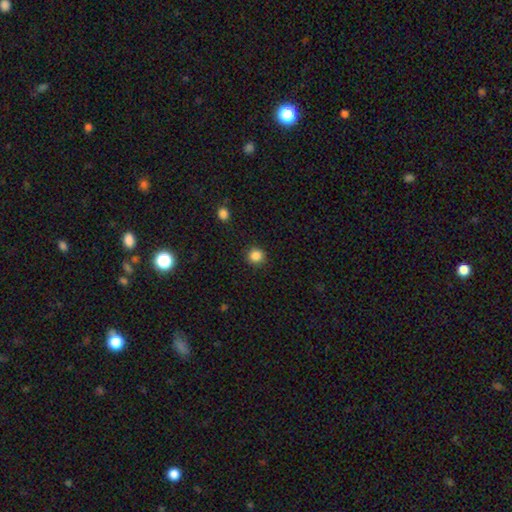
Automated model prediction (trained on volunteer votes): smooth_or_featured: smooth (p=0.86) [alt: star or artifact p=0.11]
how_rounded: round (p=0.93) [alt: in between p=0.06]
merging: none (p=0.91) [alt: minor disturbance p=0.06]